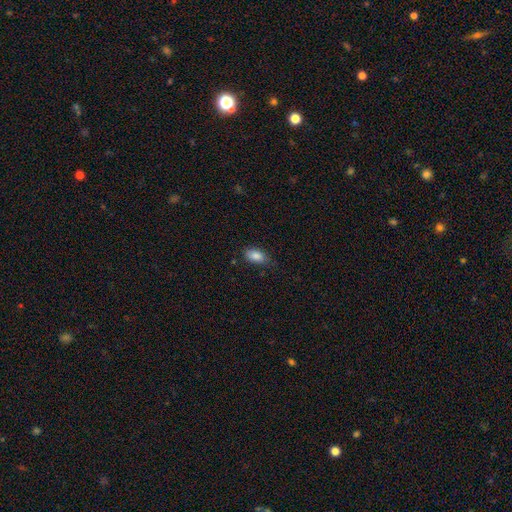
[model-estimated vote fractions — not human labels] Smooth or featured? Predicted: smooth (p=0.87). How rounded? Predicted: in between (p=0.91). Merging? Predicted: none (p=0.79).